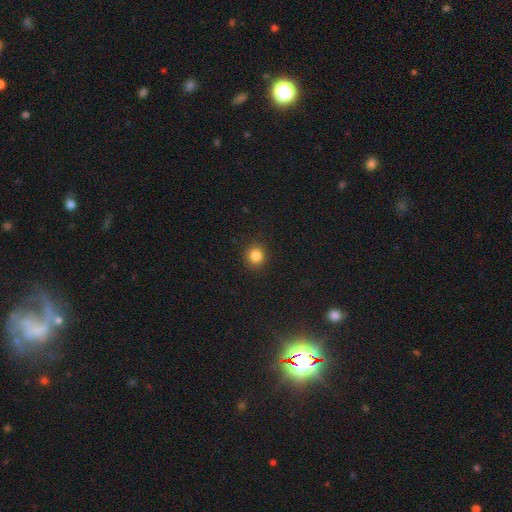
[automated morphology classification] Smooth or featured?
  - smooth: 84% *
  - star or artifact: 12%
  - featured or disk: 4%
How rounded?
  - round: 93% *
  - in between: 6%
  - cigar-shaped: 1%
Merging?
  - none: 92% *
  - minor disturbance: 5%
  - major disturbance: 2%
  - merger: 1%